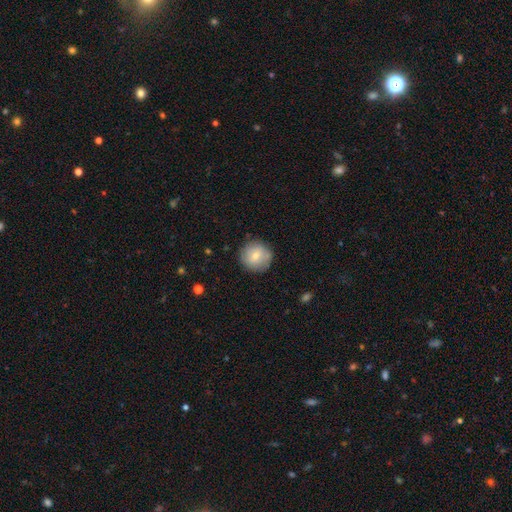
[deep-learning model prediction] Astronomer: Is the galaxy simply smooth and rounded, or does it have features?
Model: smooth — 74%.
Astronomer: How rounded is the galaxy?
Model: round — 94%.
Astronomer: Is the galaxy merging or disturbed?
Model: none — 85%.